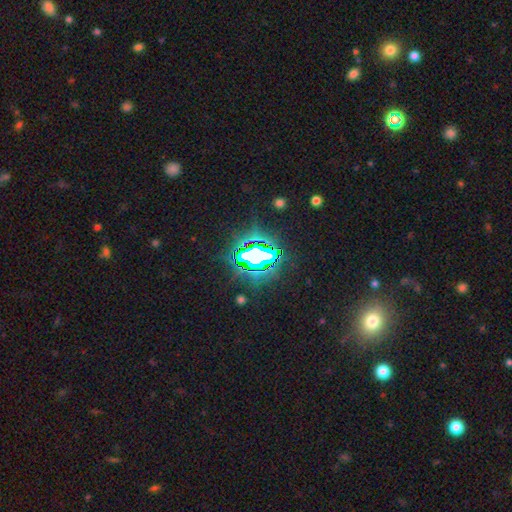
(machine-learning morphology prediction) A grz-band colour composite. It shows a star or artifact, not a galaxy (72%).